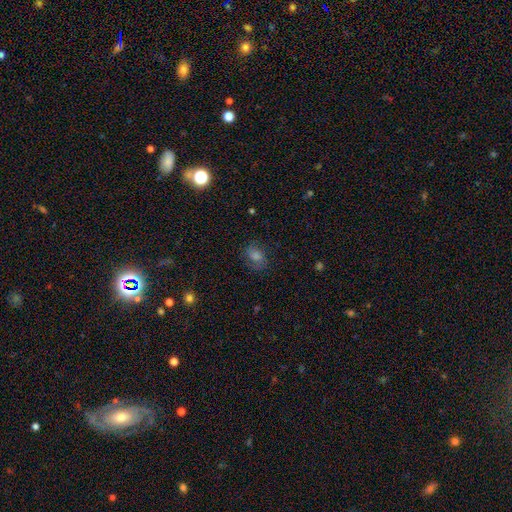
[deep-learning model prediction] smooth-or-featured: smooth: 49% | star or artifact: 26% | featured or disk: 25%
  merging: none: 78% | minor disturbance: 15% | major disturbance: 6% | merger: 1%